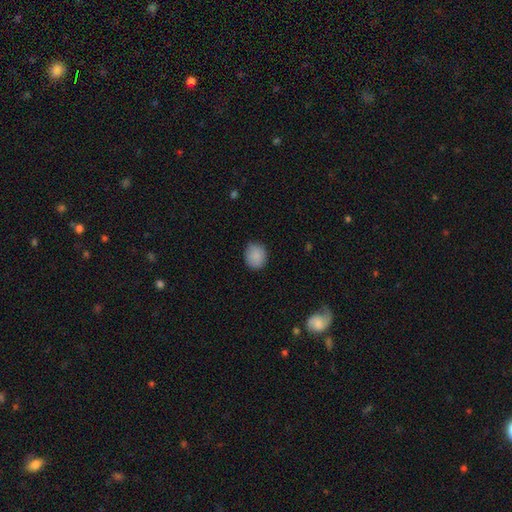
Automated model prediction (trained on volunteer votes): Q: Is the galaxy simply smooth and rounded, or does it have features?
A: smooth — 88%.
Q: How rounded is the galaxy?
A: round — 64%.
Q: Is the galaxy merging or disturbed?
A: none — 82%.